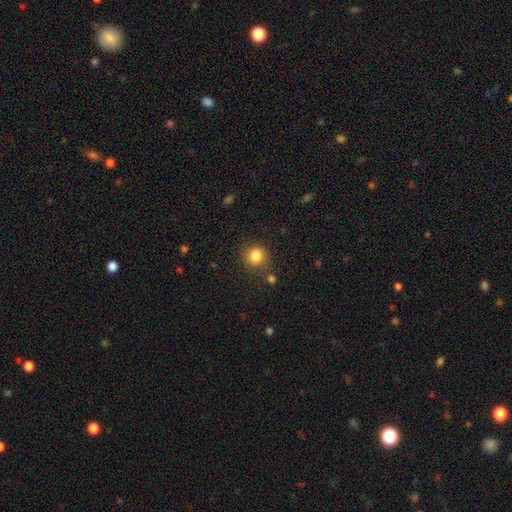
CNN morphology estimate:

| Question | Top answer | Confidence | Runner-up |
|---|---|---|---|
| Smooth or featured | smooth | 83% | star or artifact (11%) |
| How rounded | round | 87% | in between (12%) |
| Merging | none | 80% | minor disturbance (12%) |